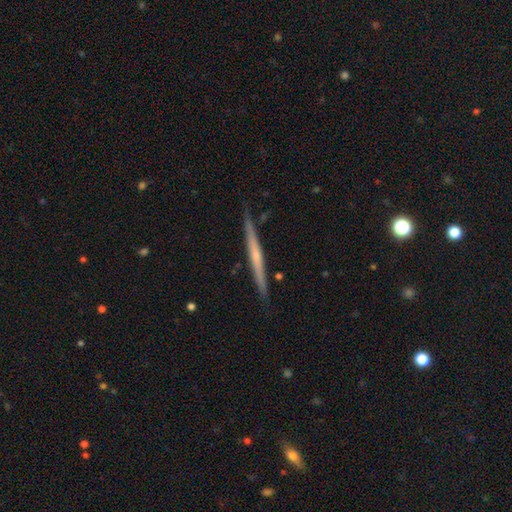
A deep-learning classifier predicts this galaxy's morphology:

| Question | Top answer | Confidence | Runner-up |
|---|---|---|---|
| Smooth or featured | featured or disk | 68% | smooth (26%) |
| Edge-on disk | yes | 98% | no (2%) |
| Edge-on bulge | none | 54% | rounded (40%) |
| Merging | none | 88% | minor disturbance (9%) |